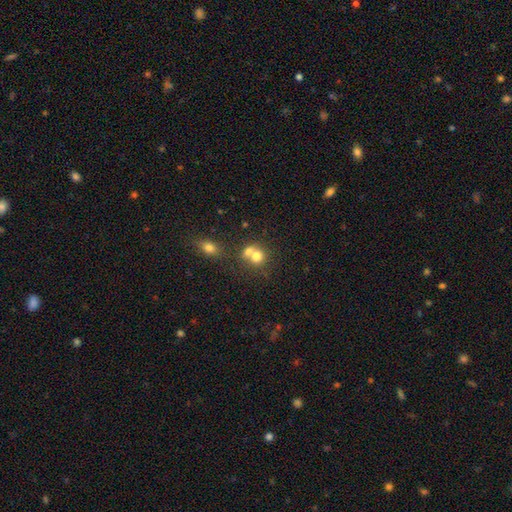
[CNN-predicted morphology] Q: Smooth or featured?
A: smooth (72%); runner-up: featured or disk (16%)
Q: How rounded?
A: round (76%); runner-up: in between (23%)
Q: Merging?
A: merger (56%); runner-up: none (33%)